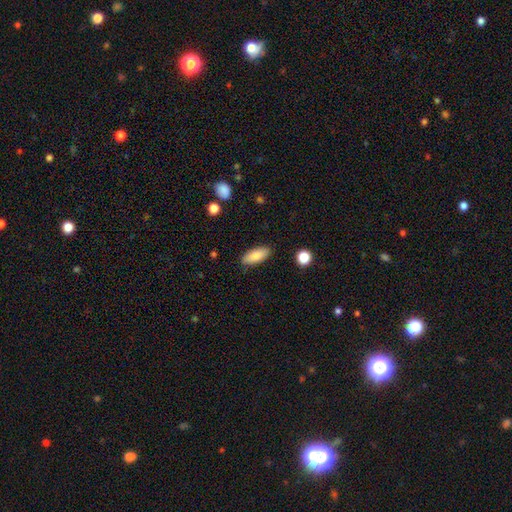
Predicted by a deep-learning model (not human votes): Smooth or featured? Predicted: smooth (p=0.84). How rounded? Predicted: in between (p=0.78). Merging? Predicted: none (p=0.86).